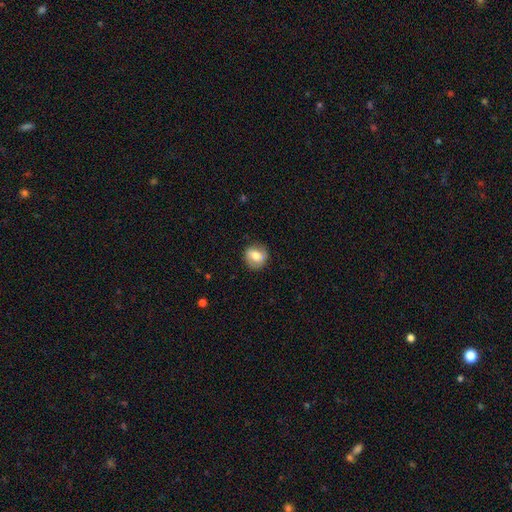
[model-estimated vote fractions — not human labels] Smooth or featured? smooth (65%)
How rounded? round (78%)
Merging? none (80%)